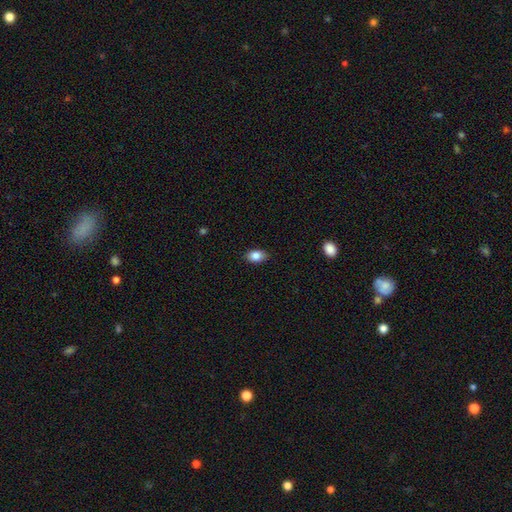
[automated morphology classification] This appears to be a smooth galaxy with no disk features (85%) that is in between round and cigar-shaped (85%). Merging: none (87%).